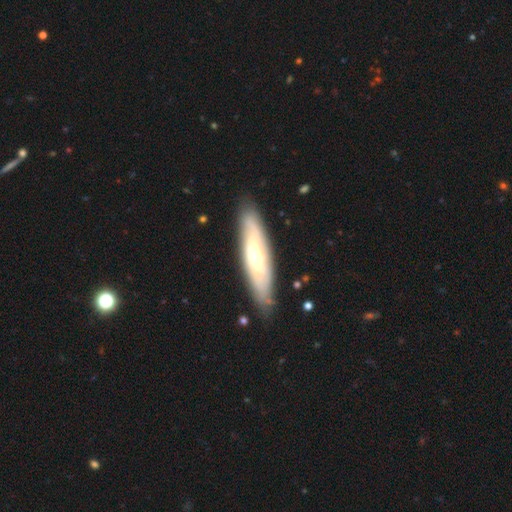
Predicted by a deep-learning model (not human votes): smooth_or_featured: featured or disk (p=0.58) [alt: smooth p=0.37]
disk_edge_on: no (p=0.55) [alt: yes p=0.45]
merging: none (p=0.83) [alt: minor disturbance p=0.13]